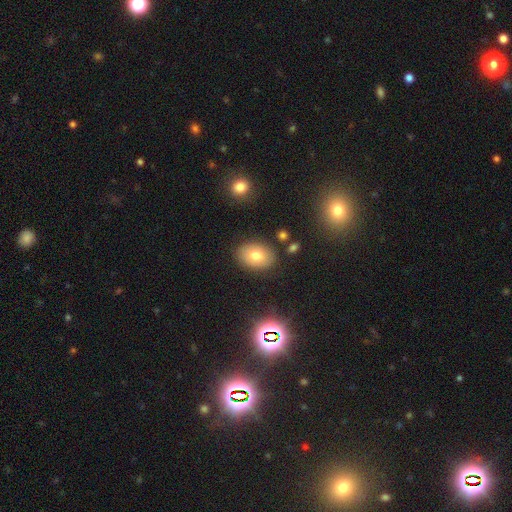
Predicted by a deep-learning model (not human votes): Overall: smooth (75%). How rounded: in between (77%). Merging: none (86%).